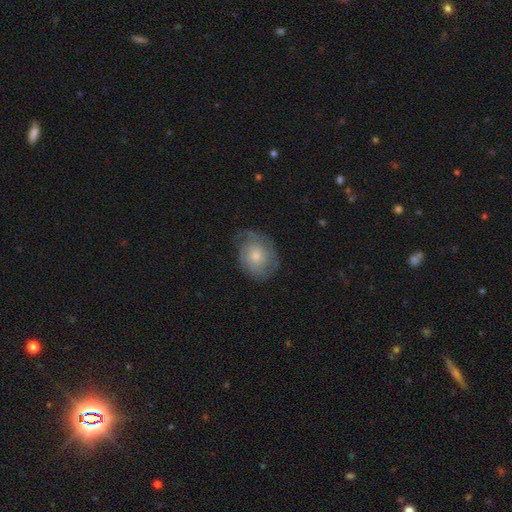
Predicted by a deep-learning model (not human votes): The model was most divided on "bulge size": moderate: 48%, small: 44%, large: 4%, none: 2%, dominant: 1%. More confident: edge-on disk — no (96%); spiral arms — yes (84%); bar — no (83%); merging — none (64%); smooth or featured — featured or disk (60%).